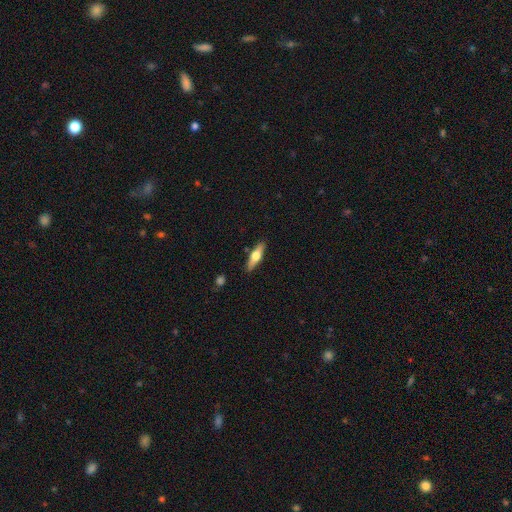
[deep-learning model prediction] This appears to be a featured or disk galaxy (52%) viewed edge-on (93%). Merging: none (87%).